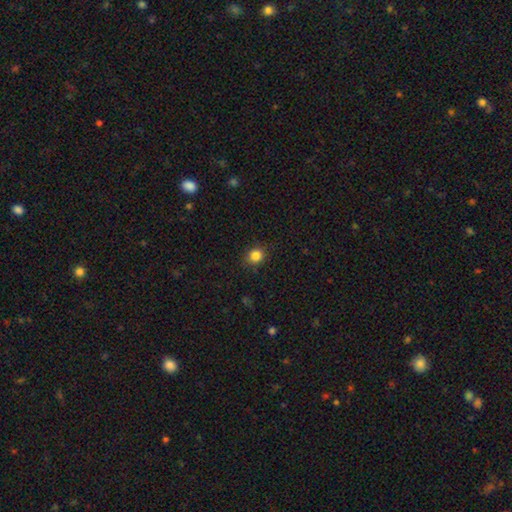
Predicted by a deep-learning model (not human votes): A smooth galaxy with no disk features (84%) that is round (81%). Merging: none (86%).